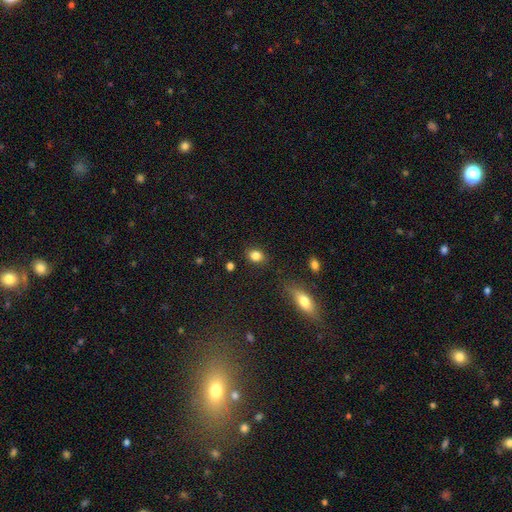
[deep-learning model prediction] The model was most divided on "how rounded": in between: 53%, round: 45%, cigar-shaped: 2%. More confident: smooth or featured — smooth (84%); merging — none (83%).